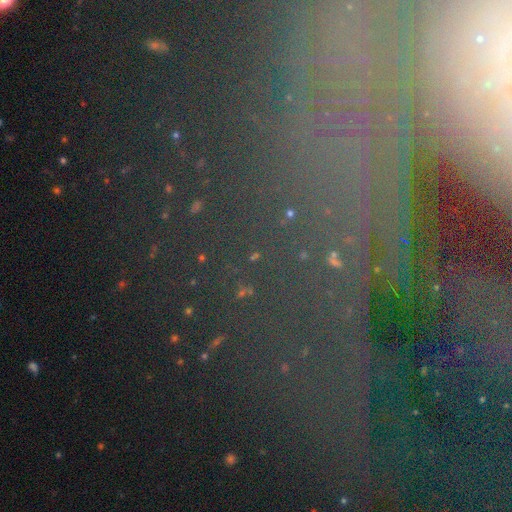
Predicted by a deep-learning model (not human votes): smooth_or_featured: star or artifact (p=0.75) [alt: smooth p=0.14]